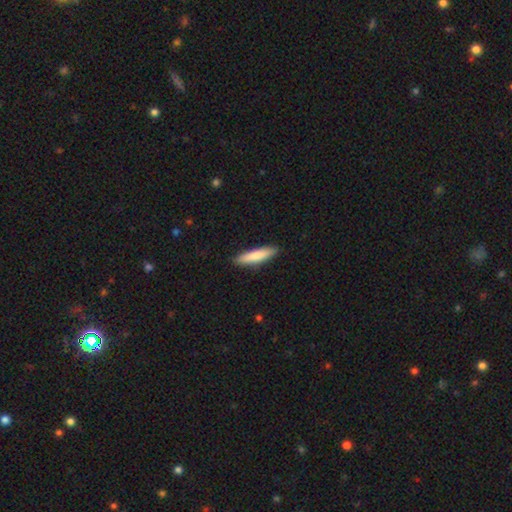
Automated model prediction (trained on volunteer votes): Q: Smooth or featured?
A: smooth (83%); runner-up: featured or disk (12%)
Q: How rounded?
A: cigar-shaped (81%); runner-up: in between (17%)
Q: Merging?
A: none (90%); runner-up: minor disturbance (8%)